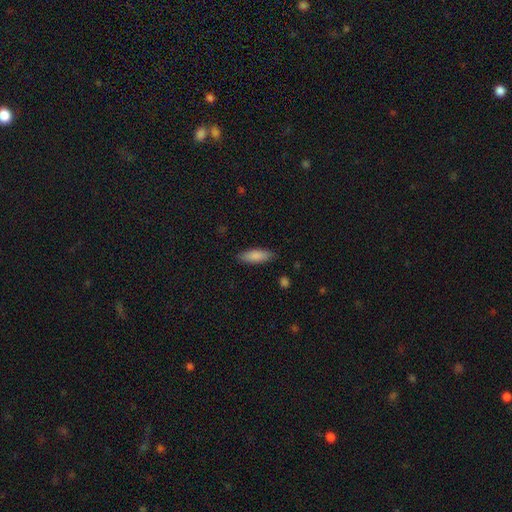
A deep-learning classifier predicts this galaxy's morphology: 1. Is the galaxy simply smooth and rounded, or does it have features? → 85% smooth, 9% featured or disk, 6% star or artifact.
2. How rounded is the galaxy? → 51% in between, 47% cigar-shaped, 2% round.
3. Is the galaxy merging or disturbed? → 86% none, 11% minor disturbance, 2% major disturbance, 1% merger.